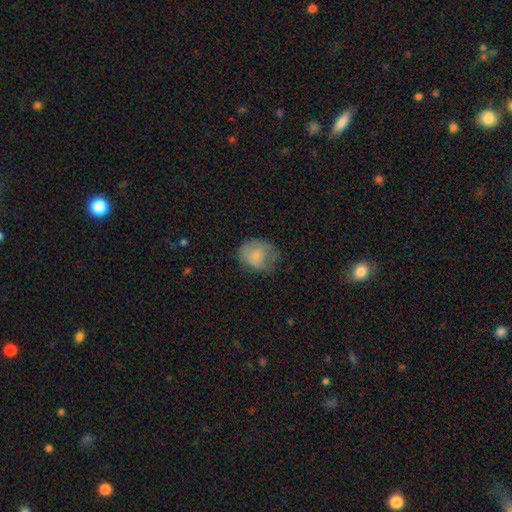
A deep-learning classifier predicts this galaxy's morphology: smooth 68%, featured or disk 24%, star or artifact 8%. Down the decision tree: how rounded — round (60%); merging — none (46%).